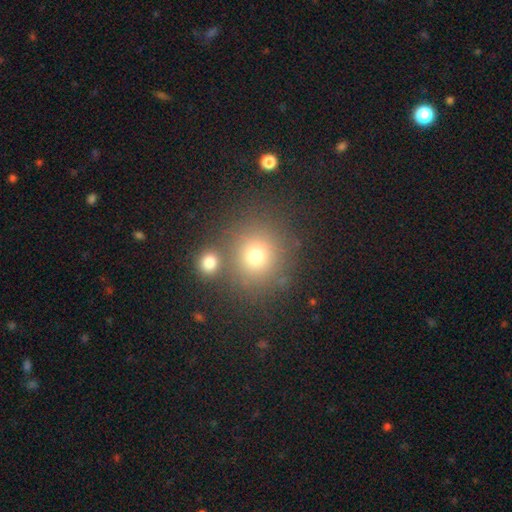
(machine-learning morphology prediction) A smooth galaxy with no disk features (73%) that is round (88%).

Vote fractions:
- Smooth or featured? smooth: 73% / star or artifact: 16% / featured or disk: 11%
- How rounded? round: 88% / in between: 11% / cigar-shaped: 1%
- Merging? none: 73% / merger: 14% / minor disturbance: 9% / major disturbance: 4%